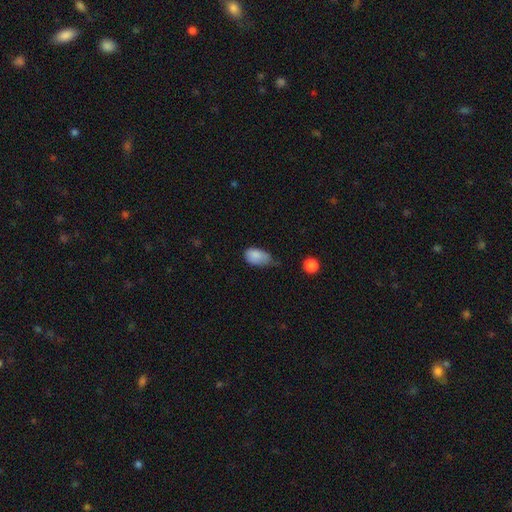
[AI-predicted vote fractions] smooth 85%, star or artifact 8%, featured or disk 7%. Down the decision tree: how rounded — in between (91%); merging — minor disturbance (48%).